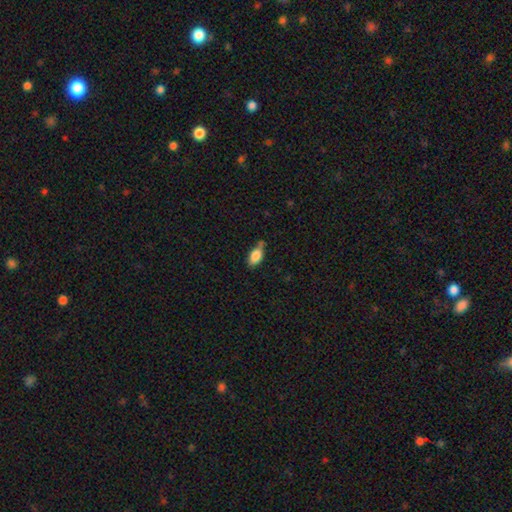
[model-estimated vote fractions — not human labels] A smooth galaxy with no disk features (82%) that is in between round and cigar-shaped (88%).

Vote fractions:
- Smooth or featured? smooth: 82% / featured or disk: 10% / star or artifact: 8%
- How rounded? in between: 88% / cigar-shaped: 8% / round: 4%
- Merging? none: 57% / minor disturbance: 31% / merger: 7% / major disturbance: 6%